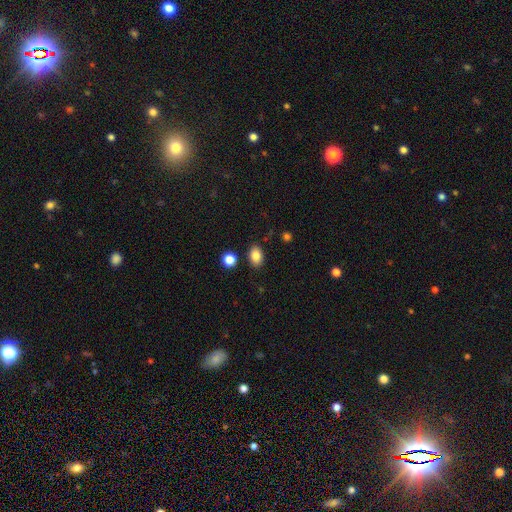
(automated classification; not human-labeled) smooth-or-featured: smooth: 84% | star or artifact: 9% | featured or disk: 6%
  how-rounded: in between: 77% | round: 22% | cigar-shaped: 1%
  merging: none: 84% | minor disturbance: 10% | merger: 4% | major disturbance: 3%